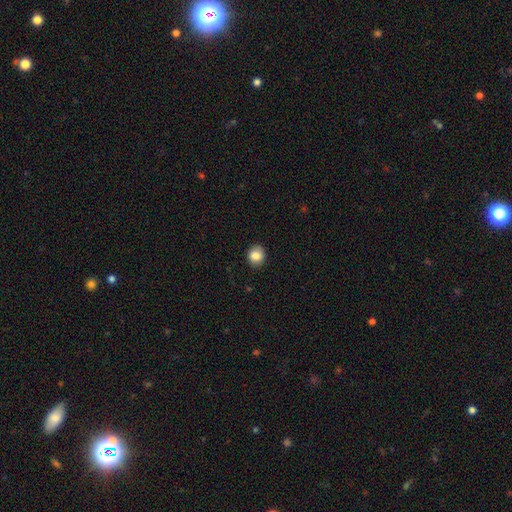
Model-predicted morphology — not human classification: Smooth or featured? smooth (85%)
How rounded? round (75%)
Merging? none (86%)